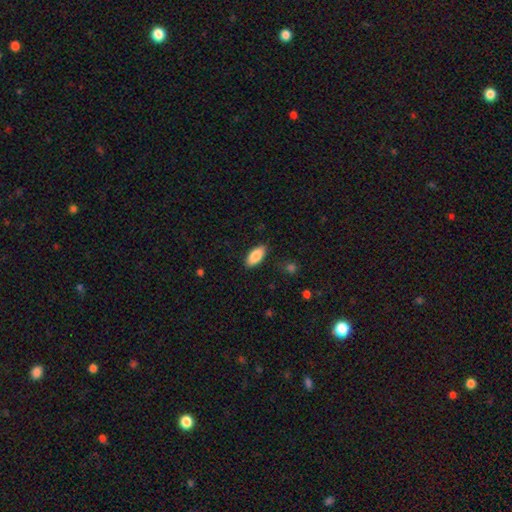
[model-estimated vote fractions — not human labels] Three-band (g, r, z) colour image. It shows a smooth galaxy with no disk features (86%) that is in between round and cigar-shaped (86%). Merging: none (87%).